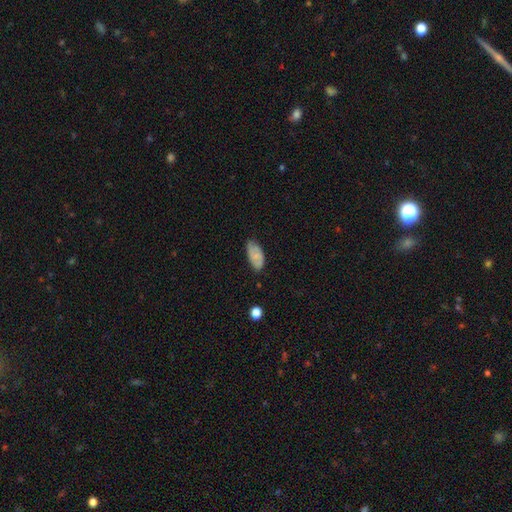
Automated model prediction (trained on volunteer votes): smooth-or-featured: smooth: 69% | featured or disk: 23% | star or artifact: 7%
  how-rounded: in between: 93% | cigar-shaped: 4% | round: 3%
  merging: none: 66% | minor disturbance: 27% | major disturbance: 5% | merger: 2%